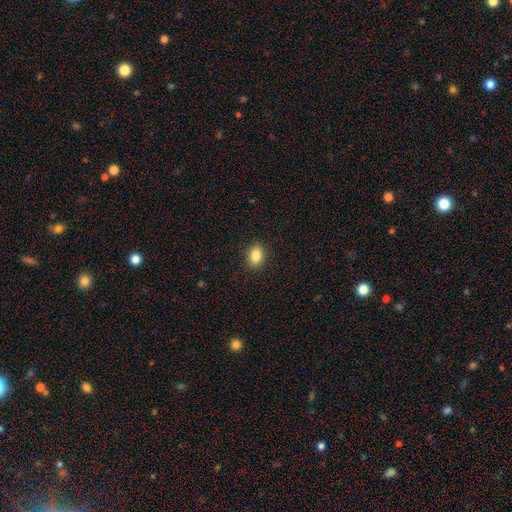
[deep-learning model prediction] Overall: smooth (86%). How rounded: in between (77%). Merging: none (90%).